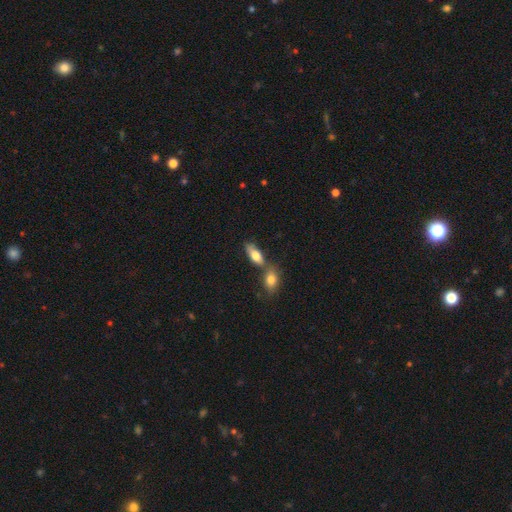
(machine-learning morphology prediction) Smooth or featured?
  - smooth: 75% *
  - featured or disk: 18%
  - star or artifact: 7%
How rounded?
  - in between: 79% *
  - cigar-shaped: 17%
  - round: 4%
Merging?
  - none: 47% *
  - merger: 38%
  - minor disturbance: 11%
  - major disturbance: 4%